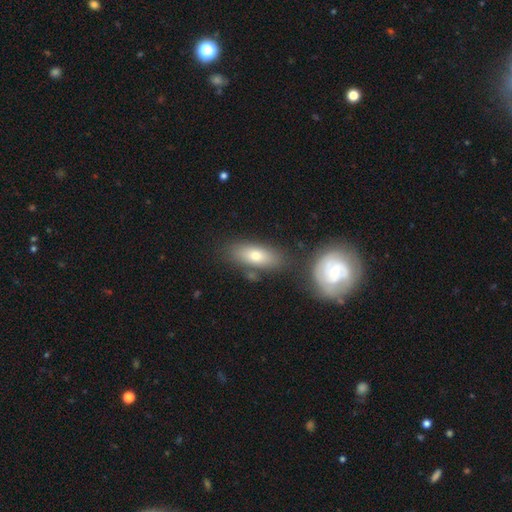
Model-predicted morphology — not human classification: Overall: smooth (60%; featured or disk 32%). How rounded: in between (76%). Merging: none (72%).